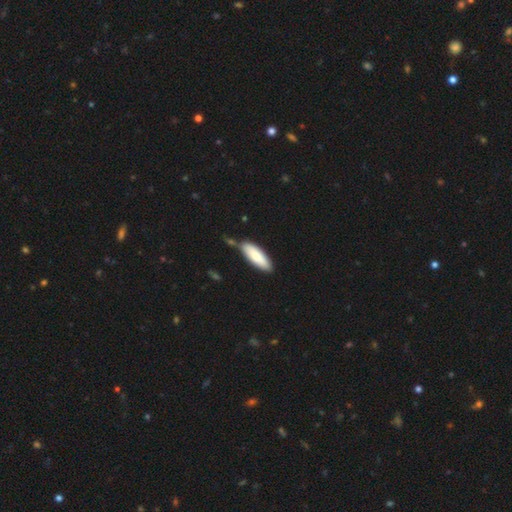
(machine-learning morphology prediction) Overall: smooth (82%). How rounded: in between (55%; cigar-shaped 43%). Merging: none (68%).